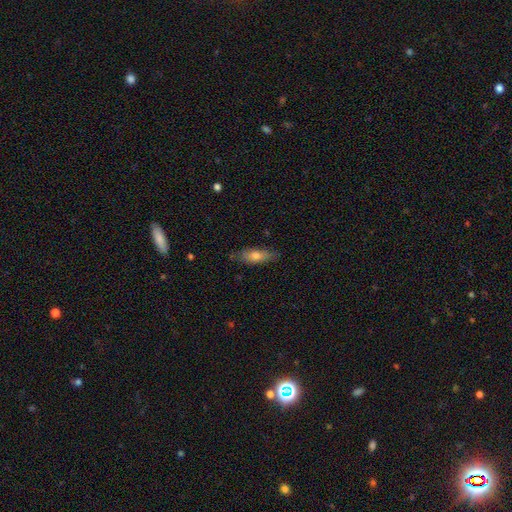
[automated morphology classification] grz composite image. It shows a smooth galaxy with no disk features (67%) that is in between round and cigar-shaped (54%). Merging: none (78%).